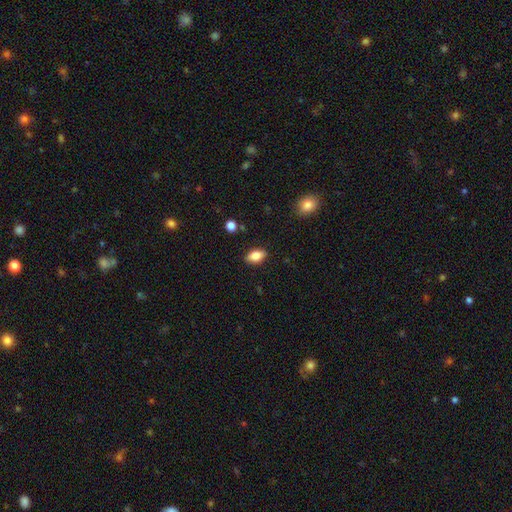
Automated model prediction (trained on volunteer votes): Q: Smooth or featured?
A: smooth (81%); runner-up: featured or disk (11%)
Q: How rounded?
A: in between (87%); runner-up: round (8%)
Q: Merging?
A: none (86%); runner-up: minor disturbance (10%)